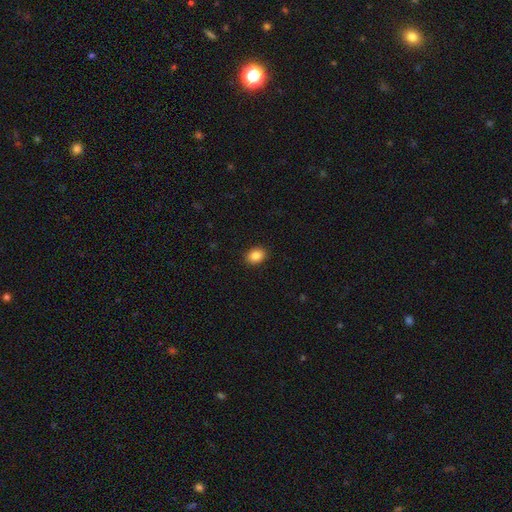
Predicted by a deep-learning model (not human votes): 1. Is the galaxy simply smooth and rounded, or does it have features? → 87% smooth, 9% star or artifact, 4% featured or disk.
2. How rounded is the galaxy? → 63% in between, 36% round, 1% cigar-shaped.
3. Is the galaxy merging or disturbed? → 91% none, 7% minor disturbance, 2% major disturbance, 1% merger.